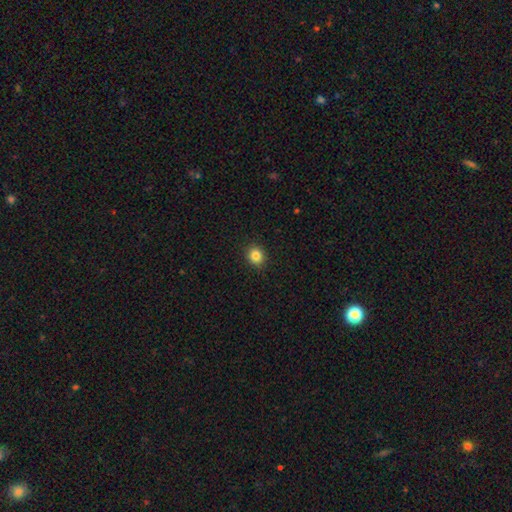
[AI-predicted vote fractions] A smooth galaxy with no disk features (85%) that is round (75%). Merging: none (90%).